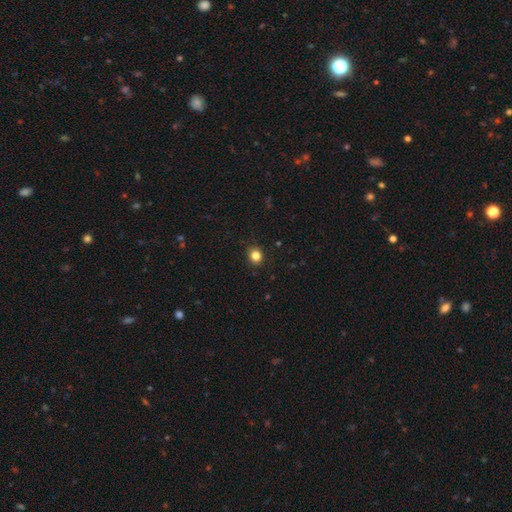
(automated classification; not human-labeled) Smooth or featured? Predicted: smooth (p=0.83). How rounded? Predicted: round (p=0.80). Merging? Predicted: none (p=0.89).